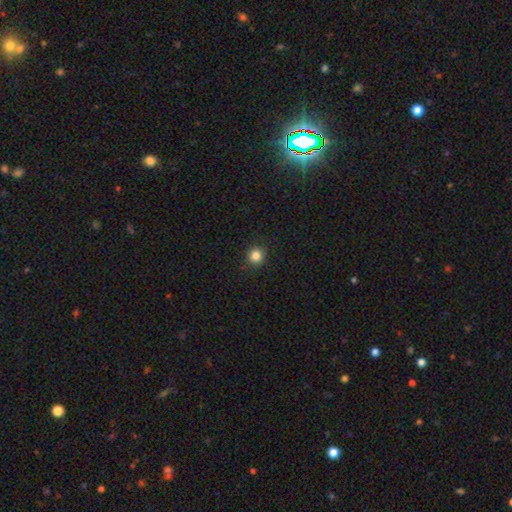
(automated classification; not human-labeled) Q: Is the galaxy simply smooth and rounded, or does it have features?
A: smooth — 84%.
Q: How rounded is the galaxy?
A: round — 94%.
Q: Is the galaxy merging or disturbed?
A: none — 92%.